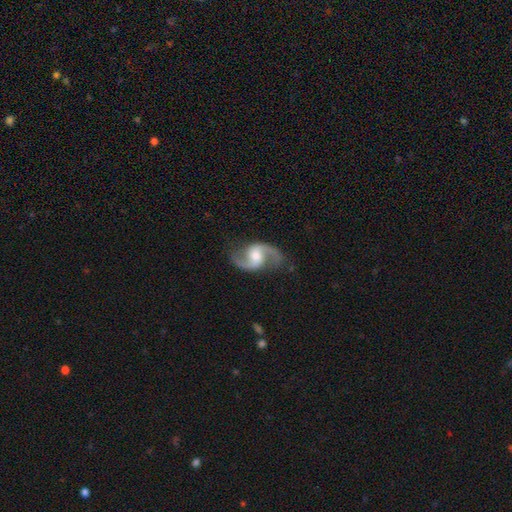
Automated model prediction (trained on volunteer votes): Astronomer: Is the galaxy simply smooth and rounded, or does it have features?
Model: featured or disk — 92%.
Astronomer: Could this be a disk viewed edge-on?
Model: no — 98%.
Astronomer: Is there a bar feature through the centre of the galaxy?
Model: weak — 44% (runner-up: no, 43%).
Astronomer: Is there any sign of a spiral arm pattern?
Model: yes — 98%.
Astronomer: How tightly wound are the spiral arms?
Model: loose — 51% (runner-up: medium, 42%).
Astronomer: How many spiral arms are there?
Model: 2 — 95%.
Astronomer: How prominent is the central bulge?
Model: moderate — 59%.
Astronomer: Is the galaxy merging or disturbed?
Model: none — 82%.